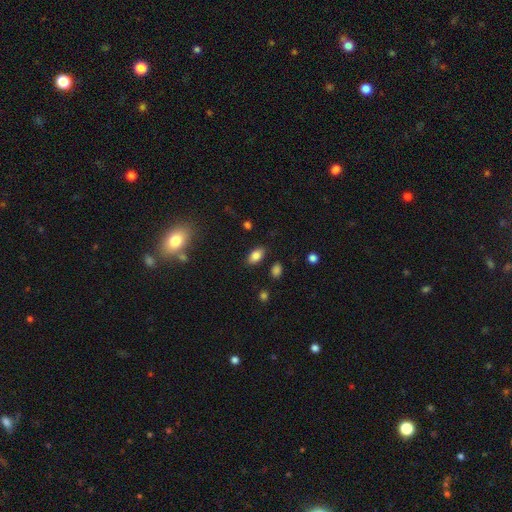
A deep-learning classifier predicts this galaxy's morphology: This appears to be a smooth galaxy with no disk features (83%) that is in between round and cigar-shaped (90%). Merging: none (84%).